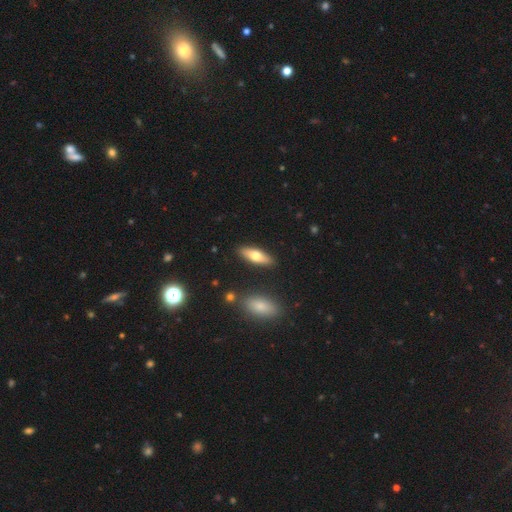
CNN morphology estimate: Smooth or featured? Predicted: smooth (p=0.64). How rounded? Predicted: in between (p=0.56). Merging? Predicted: none (p=0.87).